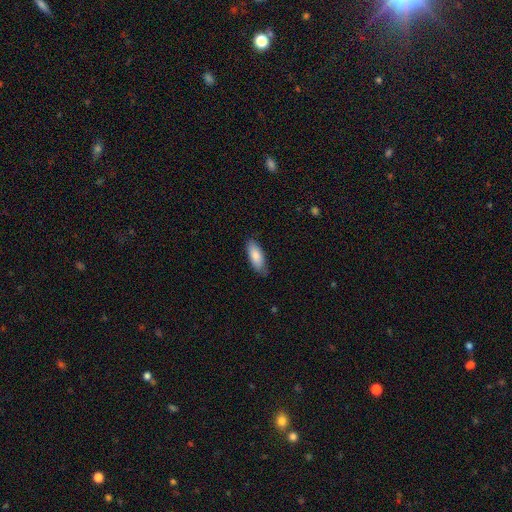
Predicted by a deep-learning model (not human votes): Smooth or featured? smooth (85%)
How rounded? in between (76%)
Merging? none (79%)